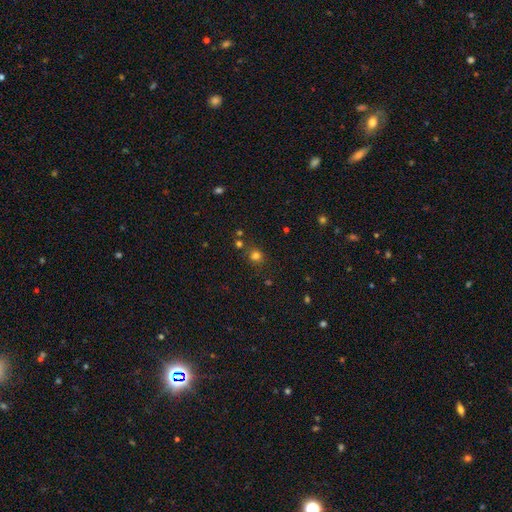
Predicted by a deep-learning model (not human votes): Q: Smooth or featured?
A: smooth (74%); runner-up: star or artifact (20%)
Q: How rounded?
A: round (82%); runner-up: in between (17%)
Q: Merging?
A: none (75%); runner-up: minor disturbance (12%)